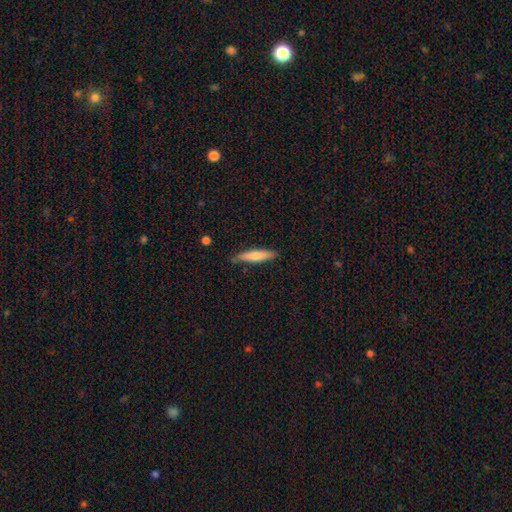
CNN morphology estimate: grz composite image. It shows a smooth galaxy with no disk features (70%) that is cigar-shaped (89%). Merging: none (84%).